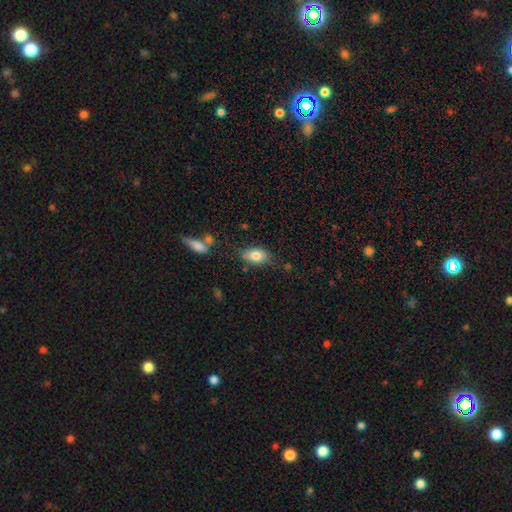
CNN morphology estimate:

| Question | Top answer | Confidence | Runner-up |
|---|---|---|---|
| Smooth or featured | smooth | 81% | featured or disk (11%) |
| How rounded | in between | 88% | round (10%) |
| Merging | none | 70% | minor disturbance (20%) |